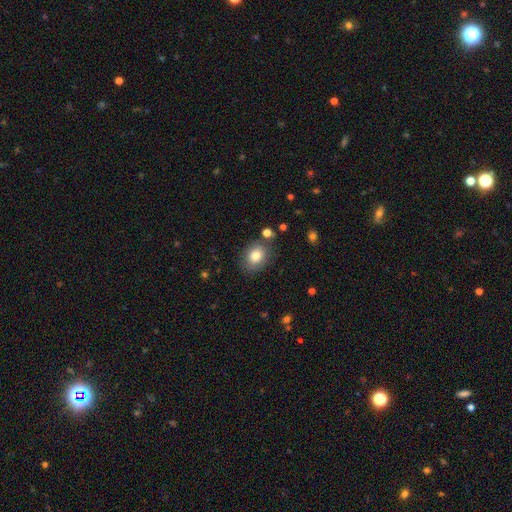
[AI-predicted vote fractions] Overall: smooth (81%). How rounded: in between (53%; round 47%). Merging: none (80%).